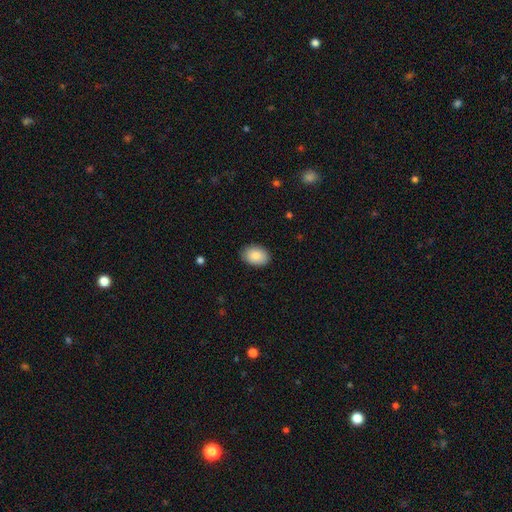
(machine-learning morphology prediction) Overall: smooth (86%). How rounded: in between (82%). Merging: none (87%).